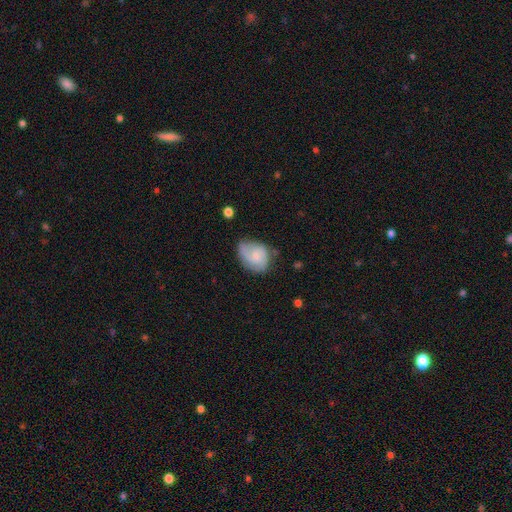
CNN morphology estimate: Q: Smooth or featured?
A: featured or disk (53%); runner-up: smooth (40%)
Q: Edge-on disk?
A: no (97%); runner-up: yes (3%)
Q: Bar?
A: no (58%); runner-up: weak (38%)
Q: Spiral arms?
A: yes (87%); runner-up: no (13%)
Q: Bulge size?
A: small (48%); runner-up: moderate (28%)
Q: Merging?
A: none (54%); runner-up: minor disturbance (31%)